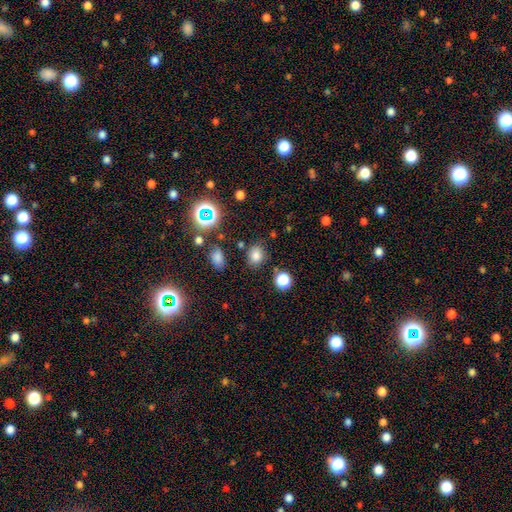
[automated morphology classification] smooth_or_featured: smooth (p=0.76) [alt: star or artifact p=0.17]
how_rounded: in between (p=0.54) [alt: round p=0.45]
merging: none (p=0.79) [alt: minor disturbance p=0.12]